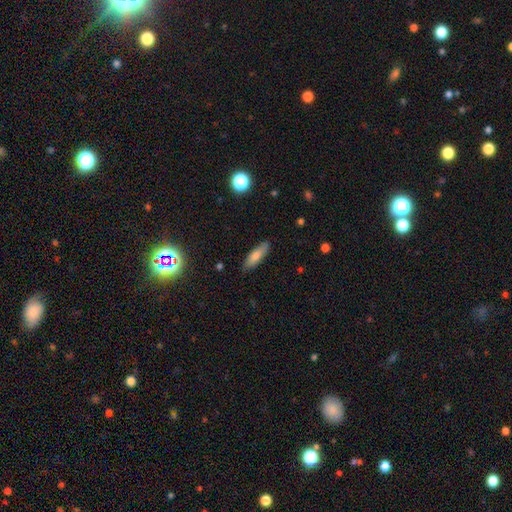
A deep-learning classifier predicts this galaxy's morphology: A smooth galaxy with no disk features (76%) that is cigar-shaped (59%). Merging: none (85%).